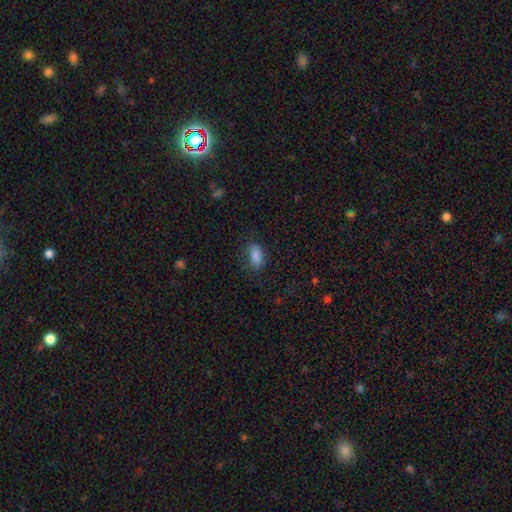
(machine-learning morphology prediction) A smooth galaxy with no disk features (85%) that is in between round and cigar-shaped (87%).

Vote fractions:
- Smooth or featured? smooth: 85% / star or artifact: 9% / featured or disk: 6%
- How rounded? in between: 87% / cigar-shaped: 9% / round: 4%
- Merging? none: 78% / minor disturbance: 16% / major disturbance: 5% / merger: 1%